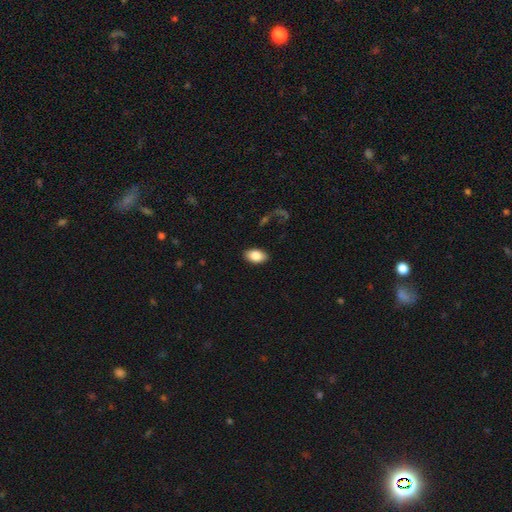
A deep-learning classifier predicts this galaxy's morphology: This appears to be a smooth galaxy with no disk features (84%) that is in between round and cigar-shaped (92%). Merging: none (89%).